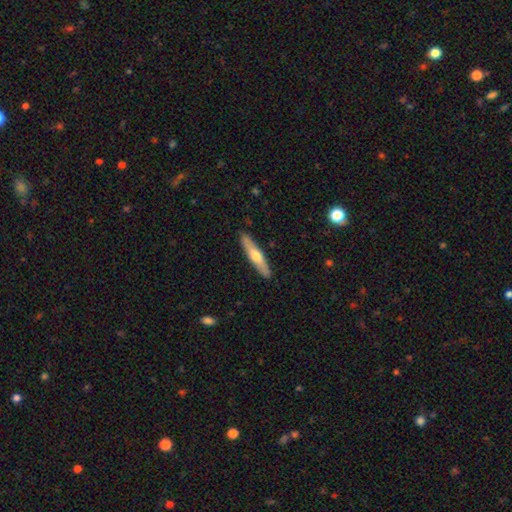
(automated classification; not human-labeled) This appears to be a smooth galaxy with no disk features (49%). Merging: none (90%).